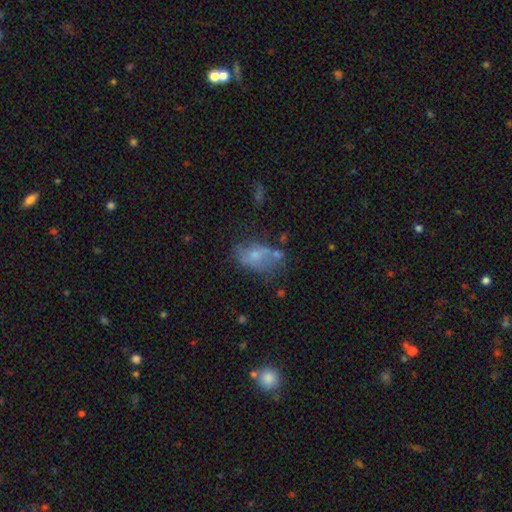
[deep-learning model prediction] Smooth or featured: smooth — 51% (featured or disk — 37%)
How rounded: in between — 83% (round — 14%)
Merging: none — 40% (minor disturbance — 25%)